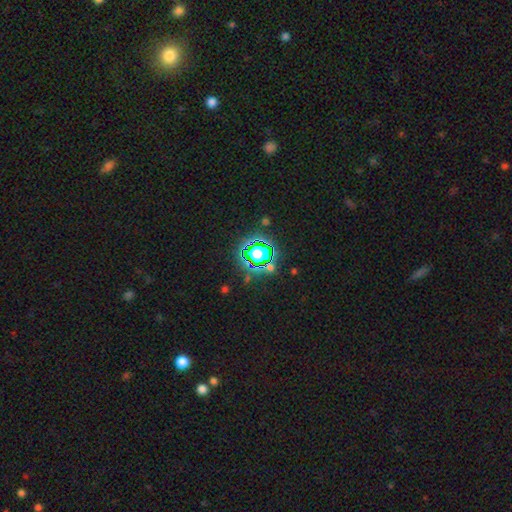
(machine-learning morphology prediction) smooth_or_featured: star or artifact (p=0.65) [alt: smooth p=0.23]